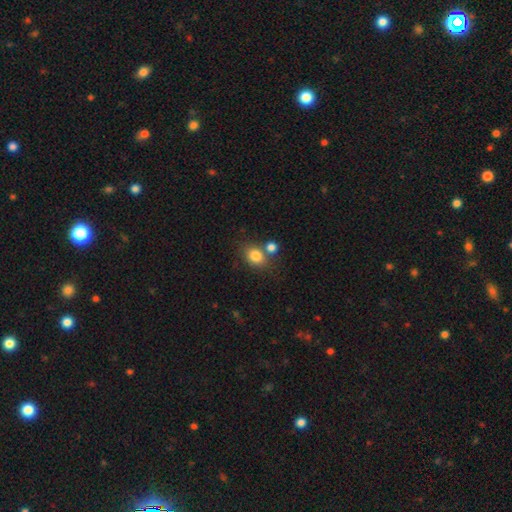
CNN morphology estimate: smooth-or-featured: smooth: 82% | star or artifact: 11% | featured or disk: 7%
  how-rounded: round: 54% | in between: 45% | cigar-shaped: 1%
  merging: none: 61% | merger: 25% | minor disturbance: 11% | major disturbance: 4%